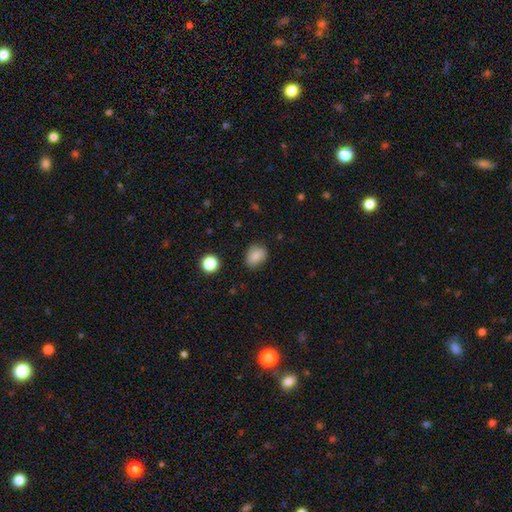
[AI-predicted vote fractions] Smooth or featured: smooth — 82% (star or artifact — 10%)
How rounded: in between — 65% (round — 34%)
Merging: none — 75% (minor disturbance — 19%)